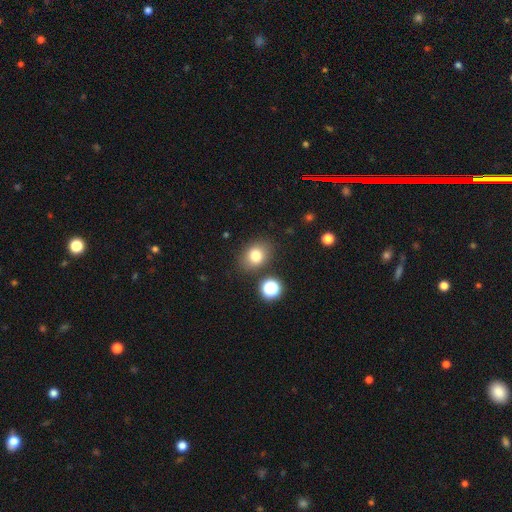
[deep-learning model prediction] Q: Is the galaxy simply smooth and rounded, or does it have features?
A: smooth — 79%.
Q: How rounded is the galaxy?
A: in between — 57%.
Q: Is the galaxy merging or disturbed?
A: none — 80%.